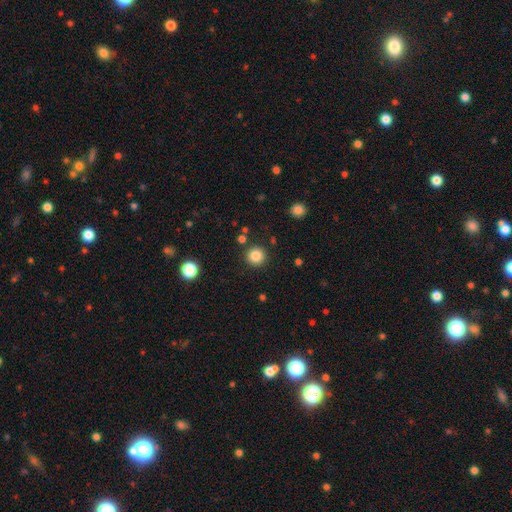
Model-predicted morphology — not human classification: type=smooth (85%); roundness=round (95%); merging=none (89%).